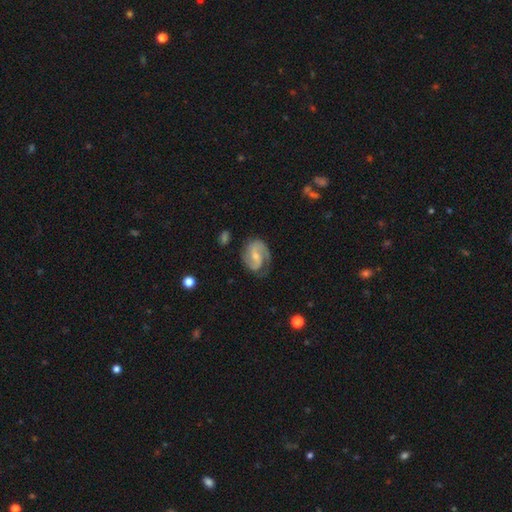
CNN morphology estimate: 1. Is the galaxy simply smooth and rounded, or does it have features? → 83% featured or disk, 12% smooth, 5% star or artifact.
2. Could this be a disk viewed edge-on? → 98% no, 2% yes.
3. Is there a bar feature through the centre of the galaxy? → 49% weak, 29% no, 22% strong.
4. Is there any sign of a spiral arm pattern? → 95% yes, 5% no.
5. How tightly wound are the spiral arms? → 50% medium, 30% tight, 20% loose.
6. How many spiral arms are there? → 80% 2, 11% 1, 6% can't tell, 2% 3, 1% 4, 1% more than 4.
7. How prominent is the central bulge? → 54% small, 40% moderate, 4% none, 2% large, 1% dominant.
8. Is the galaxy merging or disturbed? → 67% none, 21% minor disturbance, 10% major disturbance, 2% merger.